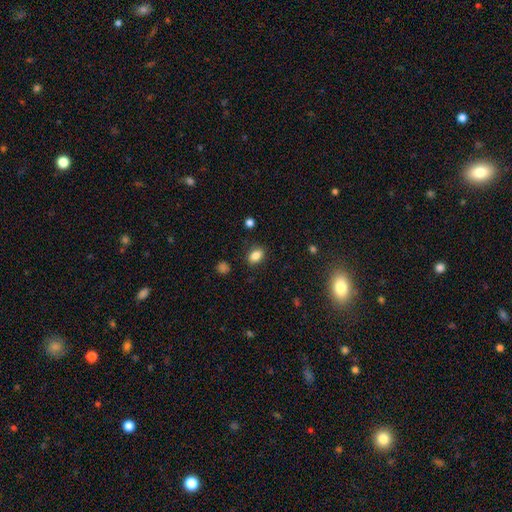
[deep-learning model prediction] The model was most divided on "how rounded": in between: 79%, round: 19%, cigar-shaped: 2%. More confident: merging — none (85%); smooth or featured — smooth (84%).